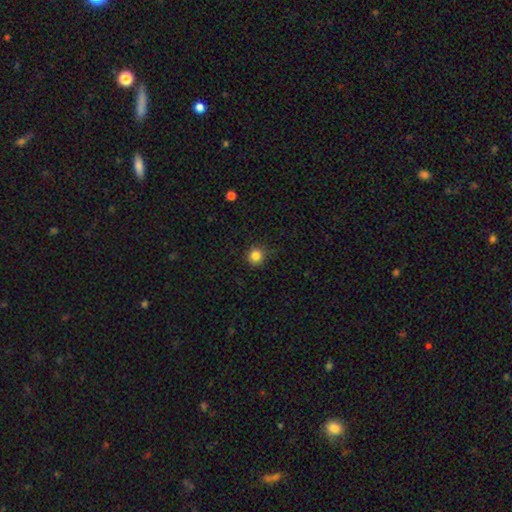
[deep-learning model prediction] Overall: smooth (84%). How rounded: round (92%). Merging: none (85%).